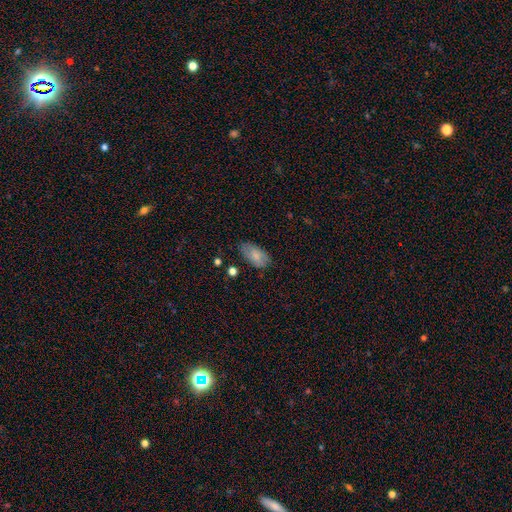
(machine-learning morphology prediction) The model was most divided on "merging": none: 75%, minor disturbance: 19%, major disturbance: 4%, merger: 2%. More confident: how rounded — in between (93%); smooth or featured — smooth (77%).